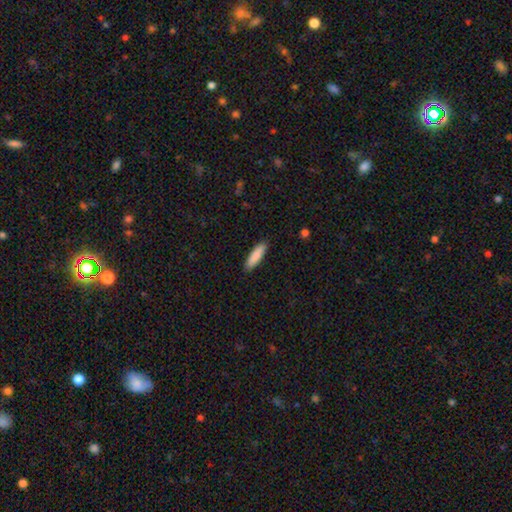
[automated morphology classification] Overall: smooth (87%). How rounded: cigar-shaped (69%). Merging: none (90%).